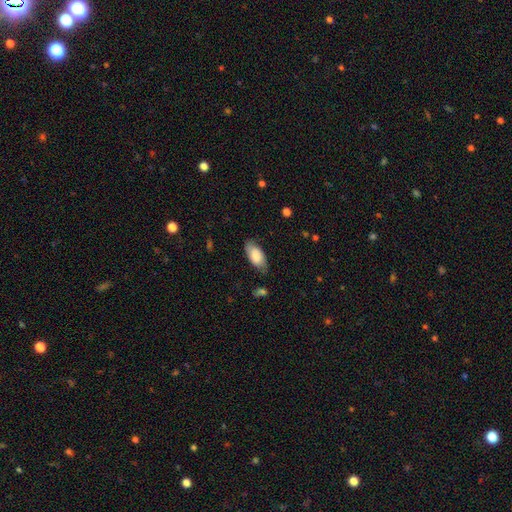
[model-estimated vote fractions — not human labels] Smooth or featured?
  - smooth: 69% *
  - featured or disk: 24%
  - star or artifact: 7%
How rounded?
  - in between: 91% *
  - cigar-shaped: 7%
  - round: 2%
Merging?
  - none: 74% *
  - minor disturbance: 19%
  - major disturbance: 5%
  - merger: 2%